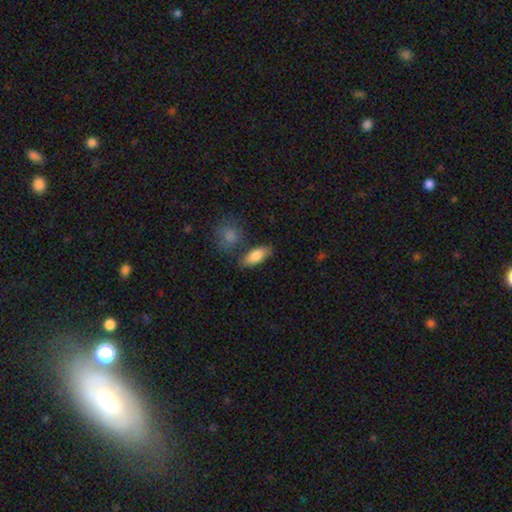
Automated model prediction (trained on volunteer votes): A smooth galaxy with no disk features (83%) that is in between round and cigar-shaped (83%). Merging: none (70%).